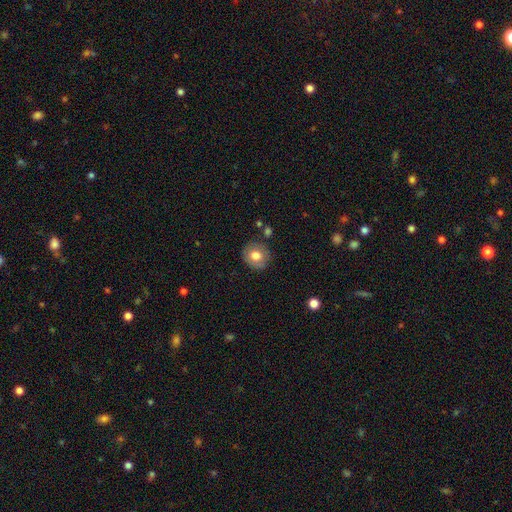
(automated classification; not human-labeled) Smooth or featured? Predicted: smooth (p=0.76). How rounded? Predicted: round (p=0.83). Merging? Predicted: none (p=0.84).